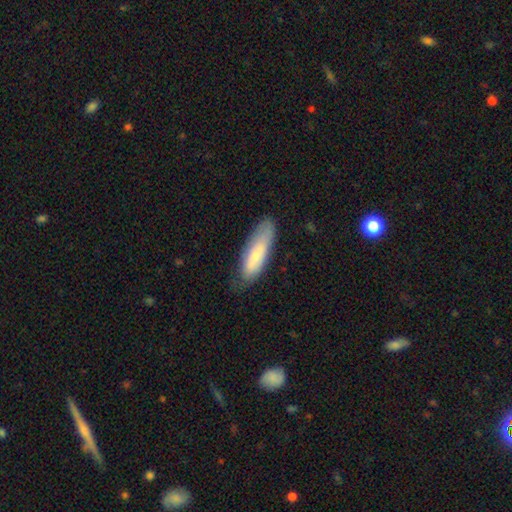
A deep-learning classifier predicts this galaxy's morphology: smooth-or-featured: smooth: 70% | featured or disk: 23% | star or artifact: 6%
  how-rounded: cigar-shaped: 53% | in between: 45% | round: 2%
  merging: none: 68% | minor disturbance: 25% | major disturbance: 6% | merger: 1%